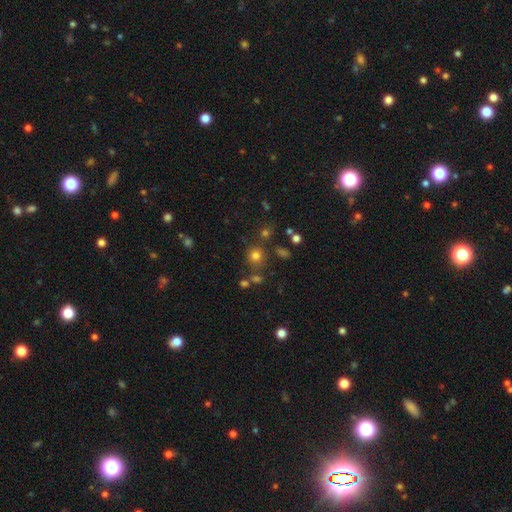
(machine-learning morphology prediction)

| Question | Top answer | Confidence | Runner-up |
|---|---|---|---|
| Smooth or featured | smooth | 74% | star or artifact (19%) |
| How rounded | round | 87% | in between (12%) |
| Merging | none | 76% | merger (10%) |